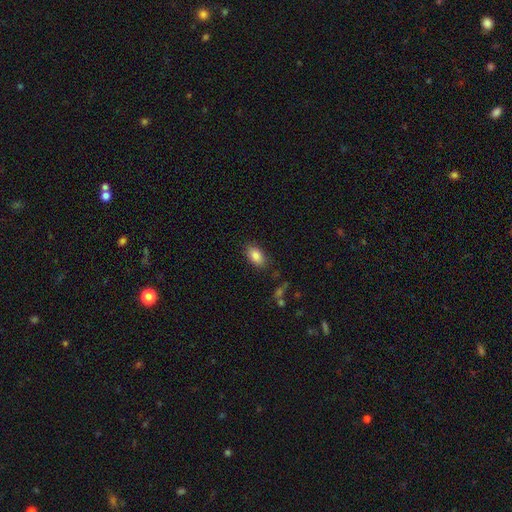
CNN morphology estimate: A smooth galaxy with no disk features (86%) that is in between round and cigar-shaped (91%).

Vote fractions:
- Smooth or featured? smooth: 86% / star or artifact: 8% / featured or disk: 7%
- How rounded? in between: 91% / round: 6% / cigar-shaped: 3%
- Merging? none: 84% / minor disturbance: 11% / major disturbance: 3% / merger: 2%